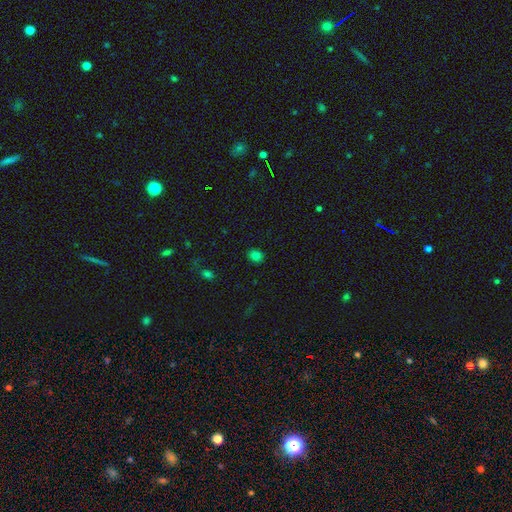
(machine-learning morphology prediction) Q: Smooth or featured?
A: smooth (80%); runner-up: star or artifact (14%)
Q: How rounded?
A: round (61%); runner-up: in between (38%)
Q: Merging?
A: none (88%); runner-up: minor disturbance (8%)